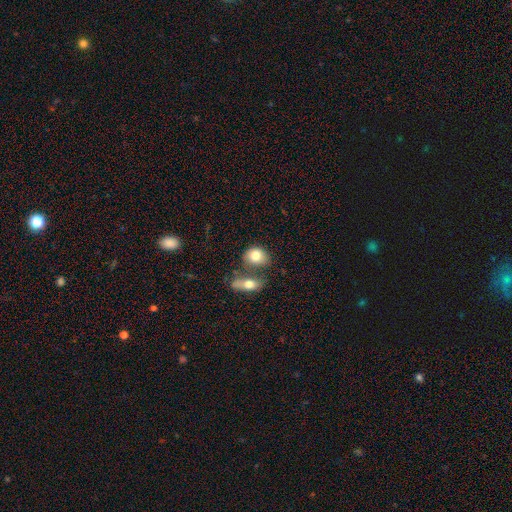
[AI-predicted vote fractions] Smooth or featured? smooth (79%)
How rounded? in between (57%)
Merging? none (43%)